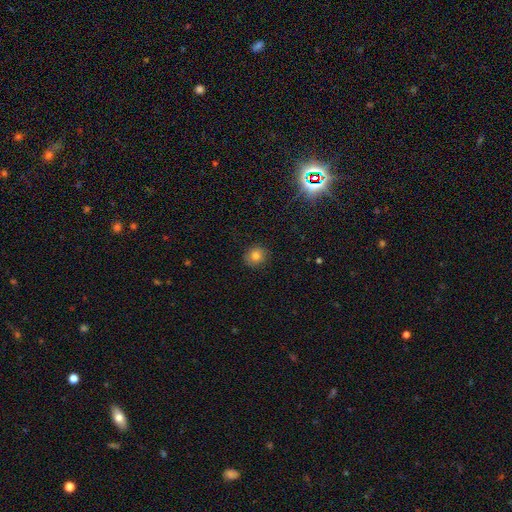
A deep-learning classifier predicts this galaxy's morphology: Smooth or featured: smooth — 79% (star or artifact — 12%)
How rounded: round — 83% (in between — 16%)
Merging: none — 87% (minor disturbance — 9%)